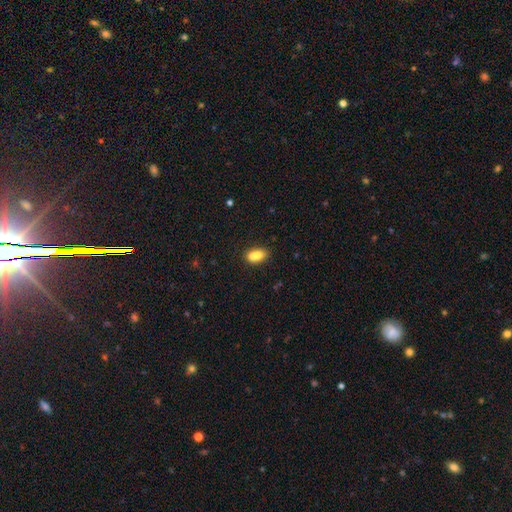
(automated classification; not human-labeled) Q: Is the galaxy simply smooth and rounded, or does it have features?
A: smooth — 78%.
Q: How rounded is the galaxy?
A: in between — 81%.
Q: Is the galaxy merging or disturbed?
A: none — 46%.